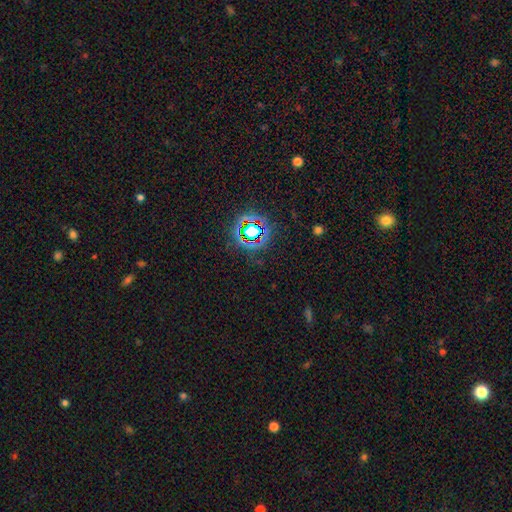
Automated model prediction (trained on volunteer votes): smooth_or_featured: star or artifact (p=0.78) [alt: smooth p=0.13]